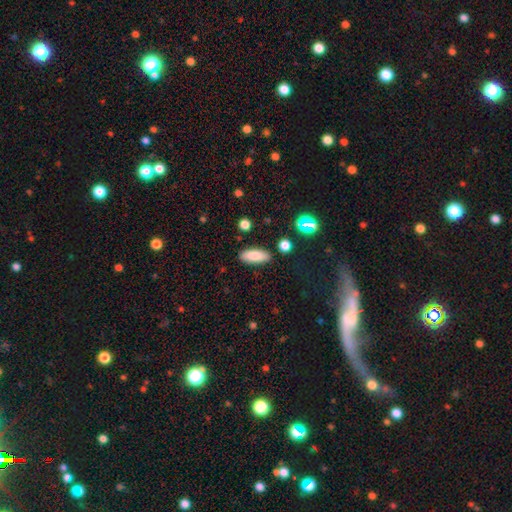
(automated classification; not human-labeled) This is clearly a smooth galaxy (83%). How rounded: likely in between (72%). Merging: clearly none (86%).